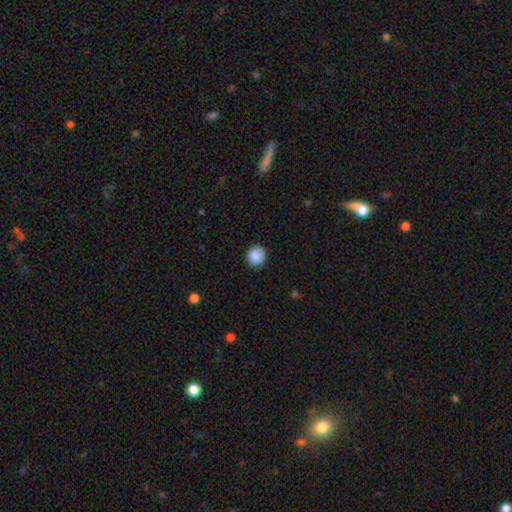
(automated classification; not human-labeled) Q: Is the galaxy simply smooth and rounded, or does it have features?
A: smooth — 89%.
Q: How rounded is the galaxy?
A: round — 90%.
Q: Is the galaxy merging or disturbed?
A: none — 89%.